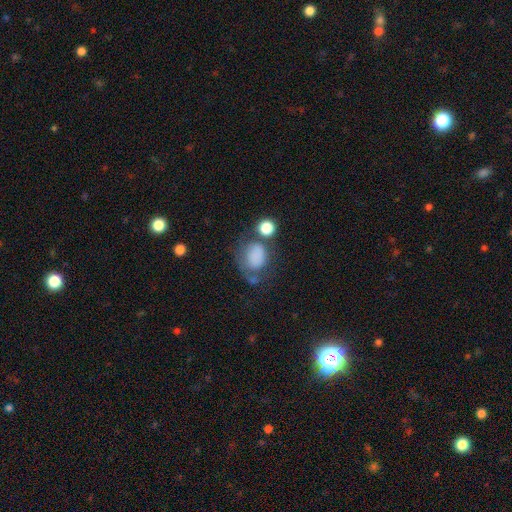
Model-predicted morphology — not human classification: Smooth or featured?
  - smooth: 71% *
  - featured or disk: 16%
  - star or artifact: 13%
How rounded?
  - in between: 52% *
  - round: 46%
  - cigar-shaped: 1%
Merging?
  - none: 41% *
  - minor disturbance: 24%
  - major disturbance: 23%
  - merger: 13%